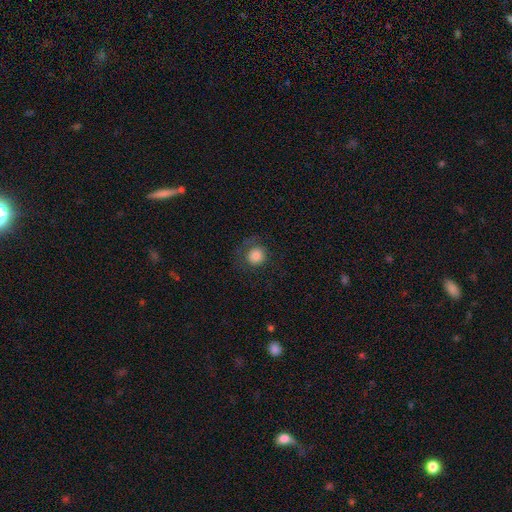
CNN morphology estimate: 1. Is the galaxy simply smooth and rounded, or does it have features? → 80% smooth, 10% featured or disk, 10% star or artifact.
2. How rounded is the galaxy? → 89% round, 10% in between, 1% cigar-shaped.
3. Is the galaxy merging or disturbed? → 71% none, 15% minor disturbance, 13% major disturbance, 1% merger.